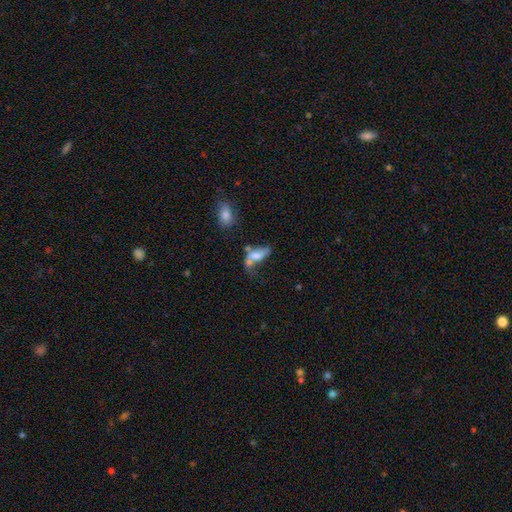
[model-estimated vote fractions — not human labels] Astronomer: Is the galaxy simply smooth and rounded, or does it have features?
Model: smooth — 58%.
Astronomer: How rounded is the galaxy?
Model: in between — 78%.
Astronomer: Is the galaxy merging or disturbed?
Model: merger — 32% (runner-up: major disturbance, 25%).